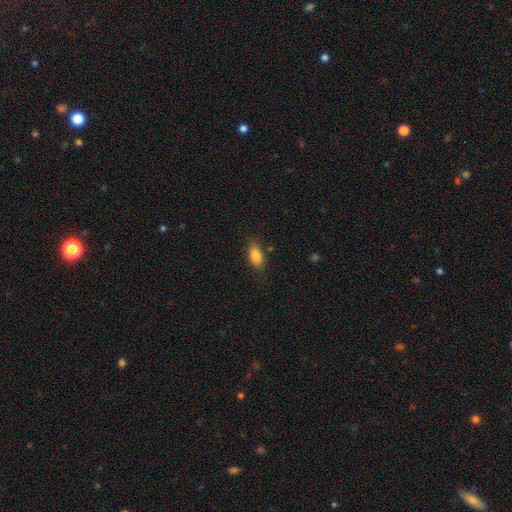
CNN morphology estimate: Smooth or featured: smooth — 84% (featured or disk — 8%)
How rounded: in between — 87% (cigar-shaped — 8%)
Merging: none — 80% (minor disturbance — 15%)